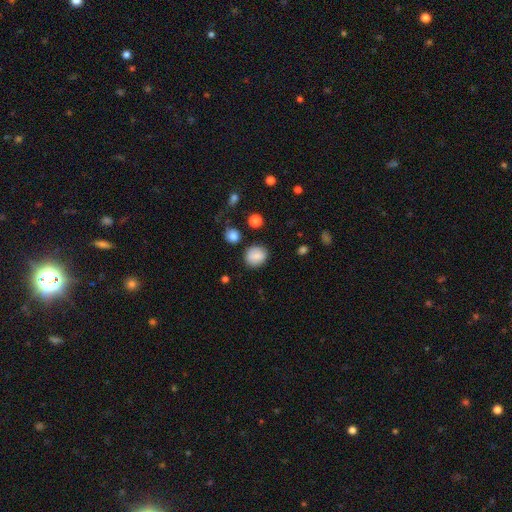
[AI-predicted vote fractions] Q: Smooth or featured?
A: smooth (83%); runner-up: star or artifact (9%)
Q: How rounded?
A: round (78%); runner-up: in between (21%)
Q: Merging?
A: none (83%); runner-up: minor disturbance (11%)